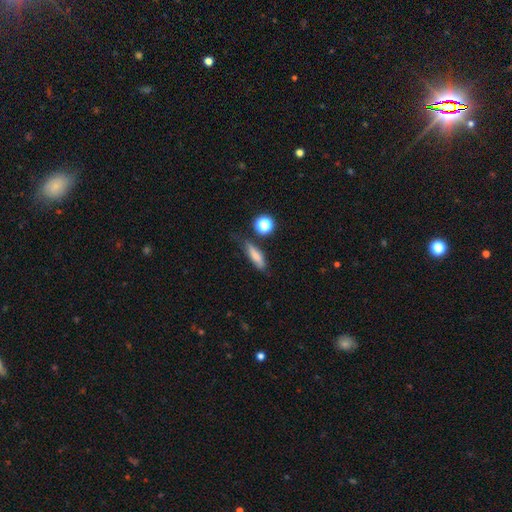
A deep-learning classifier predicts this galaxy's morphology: Smooth or featured: smooth — 72% (featured or disk — 18%)
How rounded: cigar-shaped — 57% (in between — 37%)
Merging: none — 61% (minor disturbance — 25%)